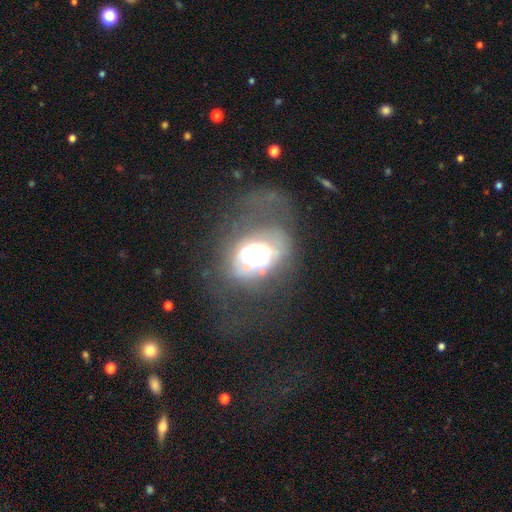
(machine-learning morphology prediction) featured or disk 52%, smooth 33%, star or artifact 15%. Down the decision tree: edge-on disk — no (95%); merging — major disturbance (47%).